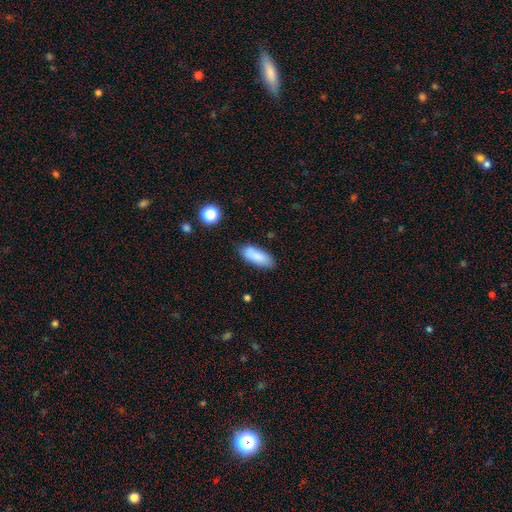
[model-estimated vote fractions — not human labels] Smooth or featured?
  - smooth: 86% *
  - star or artifact: 8%
  - featured or disk: 7%
How rounded?
  - in between: 72% *
  - cigar-shaped: 26%
  - round: 2%
Merging?
  - none: 77% *
  - minor disturbance: 16%
  - major disturbance: 3%
  - merger: 3%